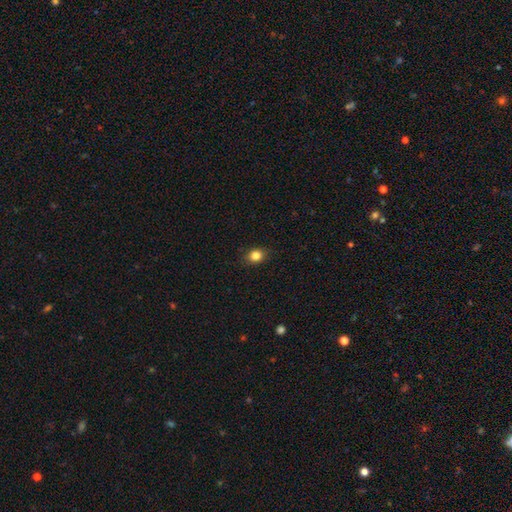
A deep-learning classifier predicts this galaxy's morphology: Smooth or featured? smooth (84%)
How rounded? round (55%)
Merging? none (87%)